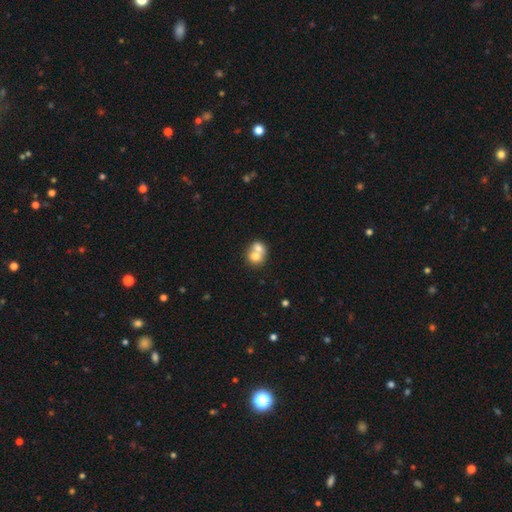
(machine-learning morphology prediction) smooth 68%, featured or disk 23%, star or artifact 9%. Down the decision tree: how rounded — round (70%); merging — merger (69%).